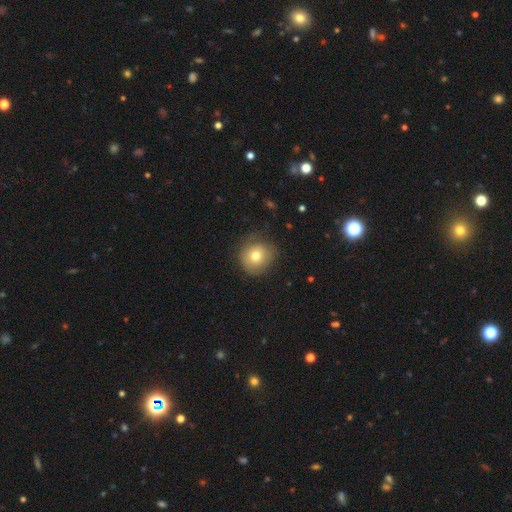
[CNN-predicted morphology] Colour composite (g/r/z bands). It shows a smooth galaxy with no disk features (72%) that is round (86%). Merging: none (69%).